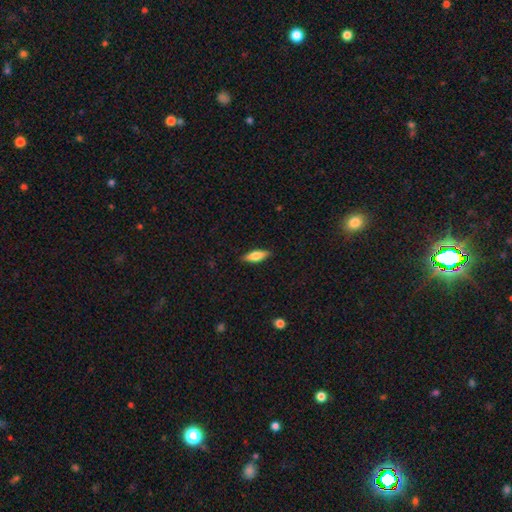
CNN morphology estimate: Smooth or featured: smooth — 70% (featured or disk — 24%)
How rounded: in between — 60% (cigar-shaped — 38%)
Merging: none — 87% (minor disturbance — 10%)